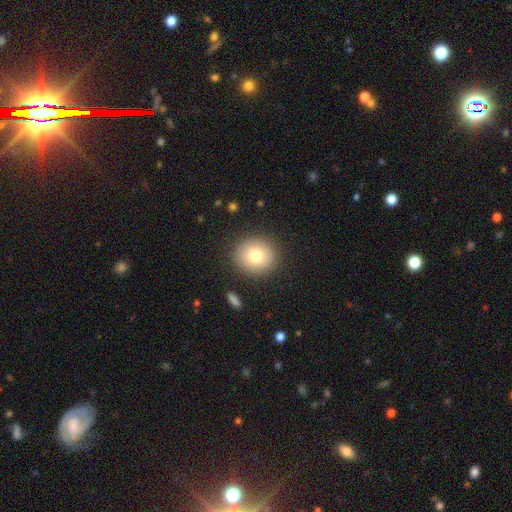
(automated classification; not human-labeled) The model was most divided on "smooth or featured": smooth: 78%, featured or disk: 12%, star or artifact: 10%. More confident: merging — none (88%); how rounded — round (84%).